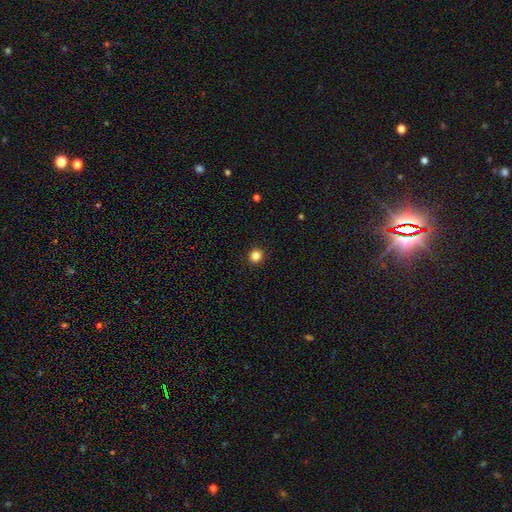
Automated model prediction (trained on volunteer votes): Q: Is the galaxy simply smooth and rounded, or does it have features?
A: smooth — 84%.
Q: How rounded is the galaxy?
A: round — 92%.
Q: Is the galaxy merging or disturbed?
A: none — 93%.